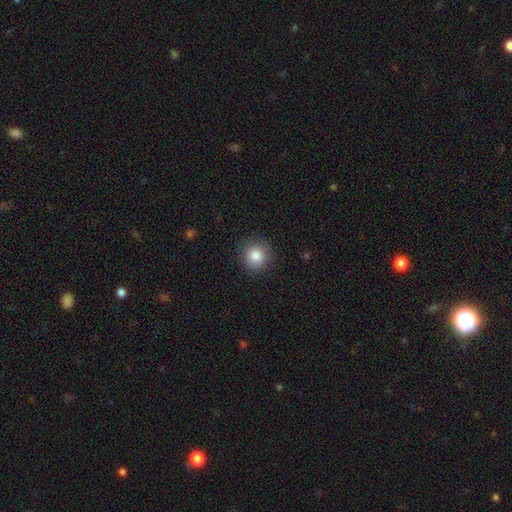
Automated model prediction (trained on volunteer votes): A smooth galaxy with no disk features (84%) that is round (89%). Merging: none (86%).